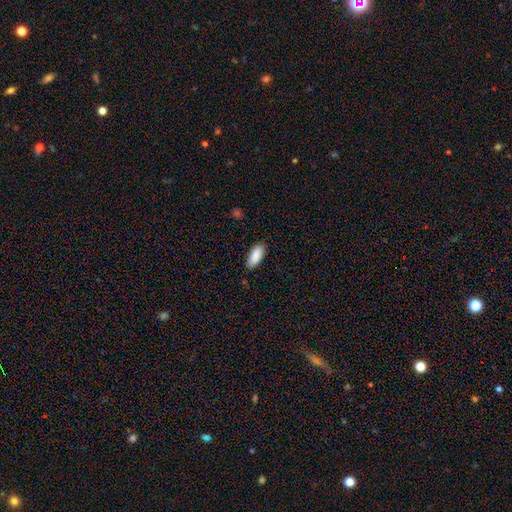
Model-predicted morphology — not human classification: Overall: smooth (90%). How rounded: in between (86%). Merging: none (84%).